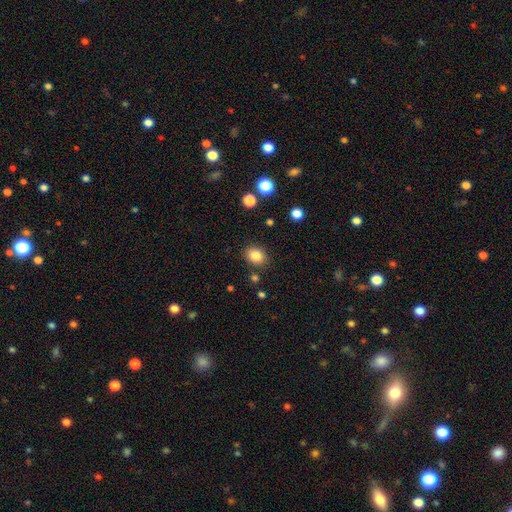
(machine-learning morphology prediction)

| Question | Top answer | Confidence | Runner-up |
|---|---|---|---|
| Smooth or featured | smooth | 83% | star or artifact (11%) |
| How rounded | round | 55% | in between (44%) |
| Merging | none | 86% | minor disturbance (9%) |